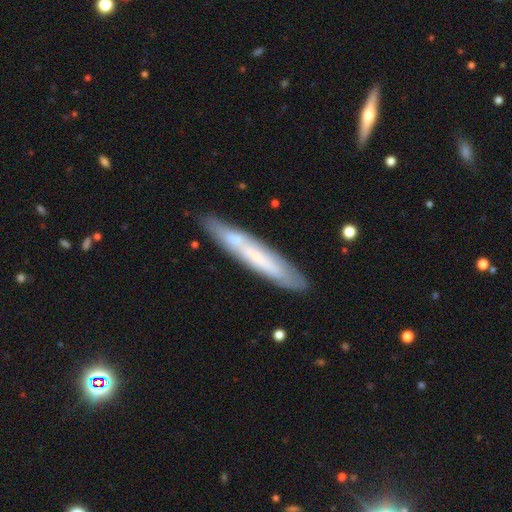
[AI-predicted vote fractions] Smooth or featured?
  - featured or disk: 50% *
  - smooth: 43%
  - star or artifact: 7%
Merging?
  - none: 81% *
  - minor disturbance: 13%
  - merger: 3%
  - major disturbance: 3%